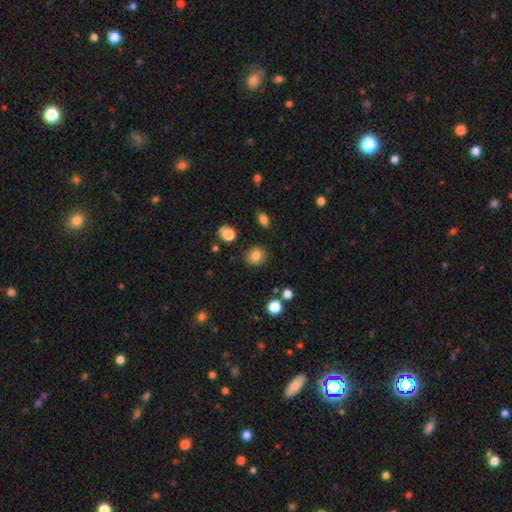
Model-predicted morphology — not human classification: smooth_or_featured: smooth (p=0.83) [alt: star or artifact p=0.11]
how_rounded: round (p=0.74) [alt: in between p=0.25]
merging: none (p=0.84) [alt: minor disturbance p=0.10]